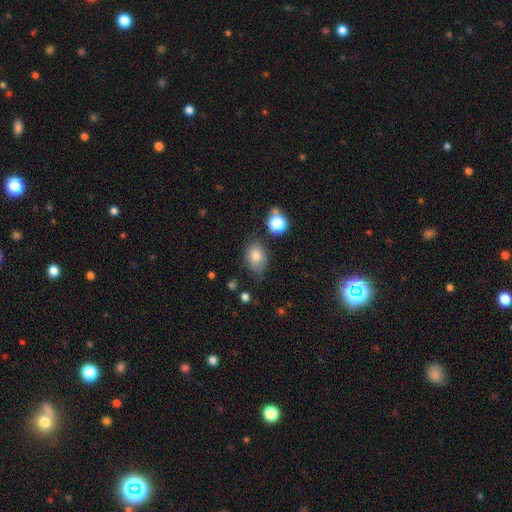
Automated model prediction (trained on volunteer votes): A smooth galaxy with no disk features (79%) that is in between round and cigar-shaped (66%).

Vote fractions:
- Smooth or featured? smooth: 79% / star or artifact: 11% / featured or disk: 10%
- How rounded? in between: 66% / round: 33% / cigar-shaped: 1%
- Merging? none: 65% / minor disturbance: 25% / major disturbance: 6% / merger: 4%